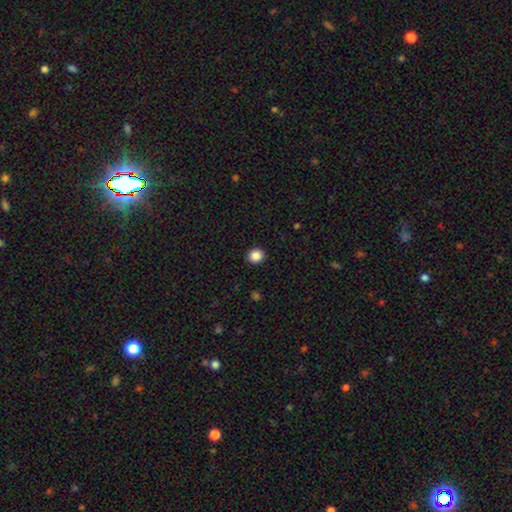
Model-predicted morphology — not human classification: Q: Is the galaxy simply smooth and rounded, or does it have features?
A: smooth — 87%.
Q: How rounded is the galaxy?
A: round — 88%.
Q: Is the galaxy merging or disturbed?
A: none — 93%.